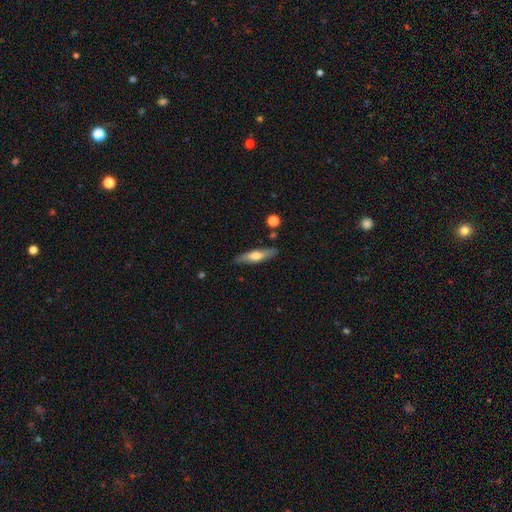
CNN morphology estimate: Smooth or featured: smooth — 53% (featured or disk — 40%)
How rounded: cigar-shaped — 68% (in between — 30%)
Merging: none — 84% (minor disturbance — 11%)